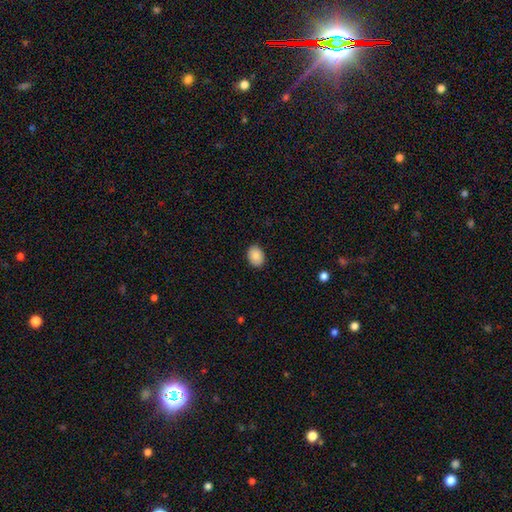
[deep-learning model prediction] smooth-or-featured: smooth: 89% | star or artifact: 8% | featured or disk: 4%
  how-rounded: in between: 69% | round: 30% | cigar-shaped: 1%
  merging: none: 89% | minor disturbance: 8% | major disturbance: 2% | merger: 1%